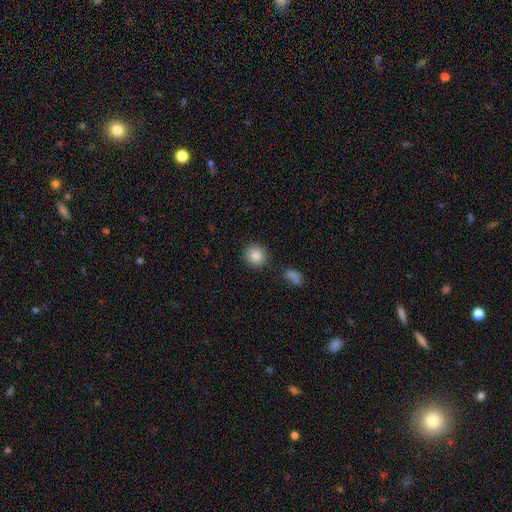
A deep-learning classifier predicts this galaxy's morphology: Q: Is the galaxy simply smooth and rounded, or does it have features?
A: smooth — 86%.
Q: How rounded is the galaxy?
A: round — 89%.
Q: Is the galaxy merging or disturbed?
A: none — 85%.